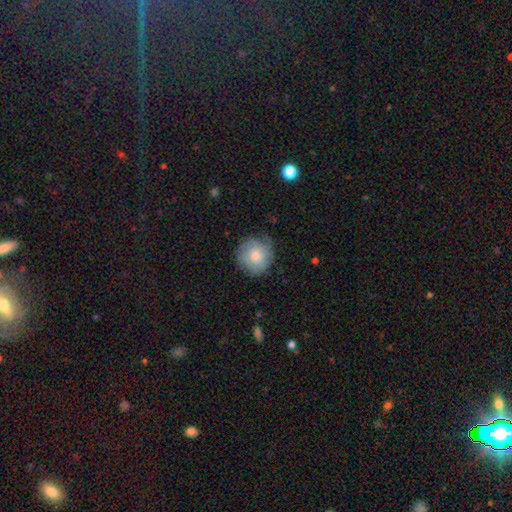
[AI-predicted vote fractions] smooth_or_featured: smooth (p=0.59) [alt: featured or disk p=0.34]
how_rounded: round (p=0.92) [alt: in between p=0.07]
merging: none (p=0.73) [alt: minor disturbance p=0.20]